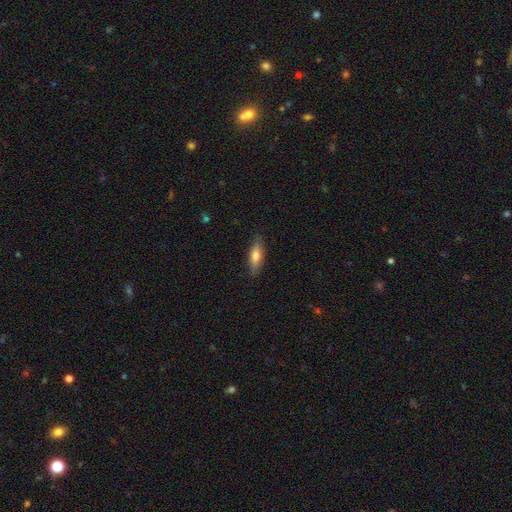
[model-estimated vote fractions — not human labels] The model was most divided on "how rounded": in between: 54%, cigar-shaped: 43%, round: 3%. More confident: merging — none (83%); smooth or featured — smooth (67%).